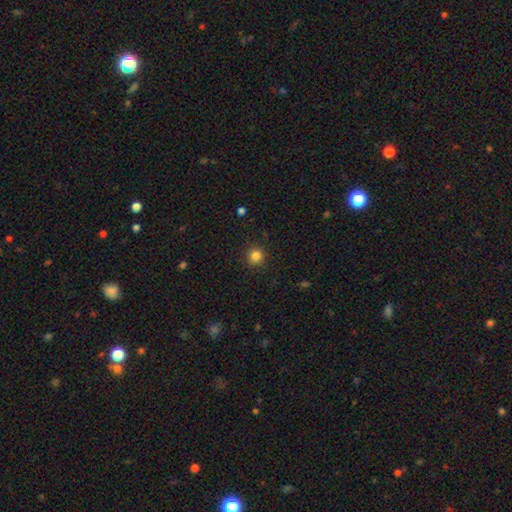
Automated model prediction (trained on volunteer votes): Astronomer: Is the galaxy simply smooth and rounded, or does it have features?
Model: smooth — 83%.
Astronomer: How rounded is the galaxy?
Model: round — 93%.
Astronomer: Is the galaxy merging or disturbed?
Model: none — 91%.